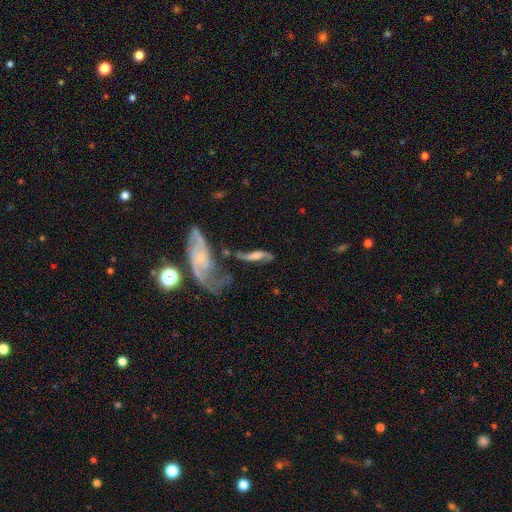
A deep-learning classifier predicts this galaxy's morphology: featured or disk 69%, smooth 24%, star or artifact 8%. Down the decision tree: edge-on disk — no (79%); bar — no (46%); spiral arms — yes (89%); bulge size — small (33%); merging — none (40%).